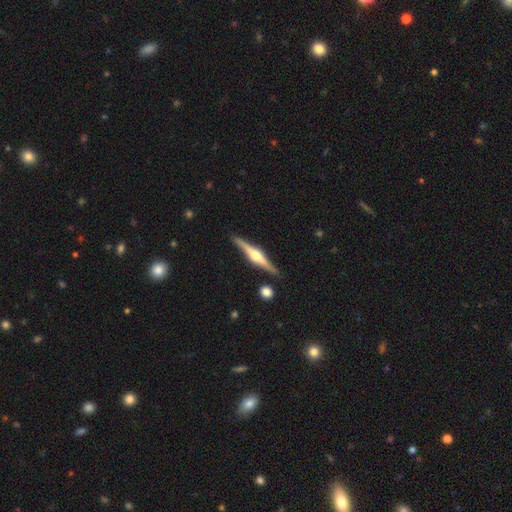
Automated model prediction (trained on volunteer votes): A featured or disk galaxy (82%) viewed edge-on (98%) with a rounded central bulge (95%).

Vote fractions:
- Smooth or featured? featured or disk: 82% / smooth: 13% / star or artifact: 5%
- Edge-on disk? yes: 98% / no: 2%
- Edge-on bulge? rounded: 95% / boxy: 4% / none: 2%
- Merging? none: 89% / minor disturbance: 7% / merger: 2% / major disturbance: 2%